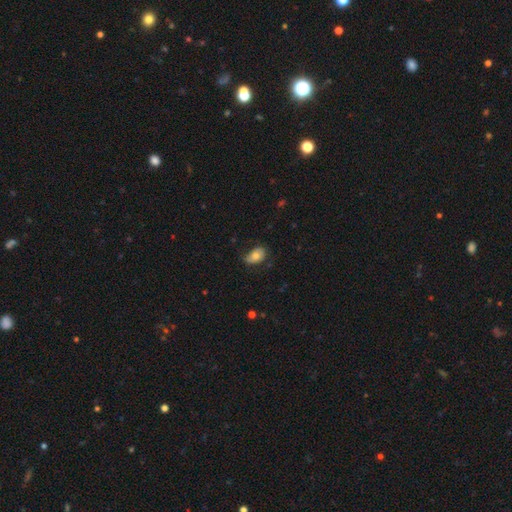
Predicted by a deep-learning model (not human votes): Q: Smooth or featured?
A: smooth (71%); runner-up: featured or disk (21%)
Q: How rounded?
A: in between (87%); runner-up: round (11%)
Q: Merging?
A: none (59%); runner-up: minor disturbance (31%)